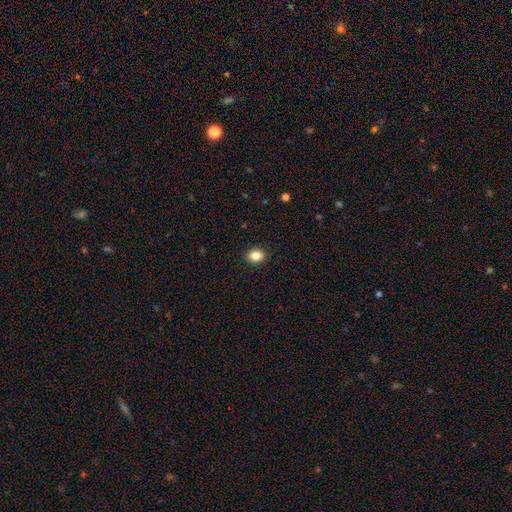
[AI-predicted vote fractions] A smooth galaxy with no disk features (86%) that is round (50%).

Vote fractions:
- Smooth or featured? smooth: 86% / star or artifact: 10% / featured or disk: 5%
- How rounded? round: 50% / in between: 49% / cigar-shaped: 1%
- Merging? none: 91% / minor disturbance: 6% / major disturbance: 2% / merger: 1%